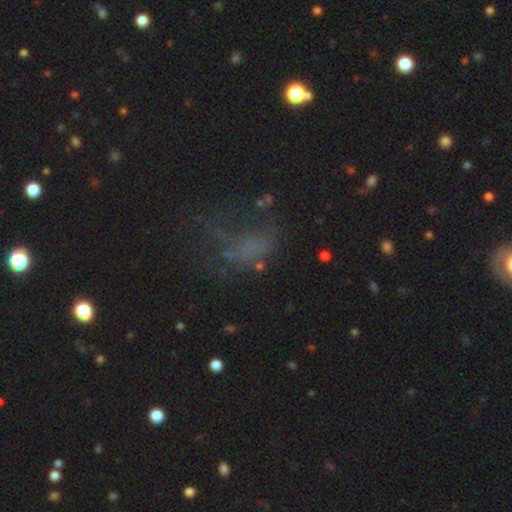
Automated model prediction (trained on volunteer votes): This appears to be a smooth galaxy with no disk features (37%). Merging: major disturbance (41%).